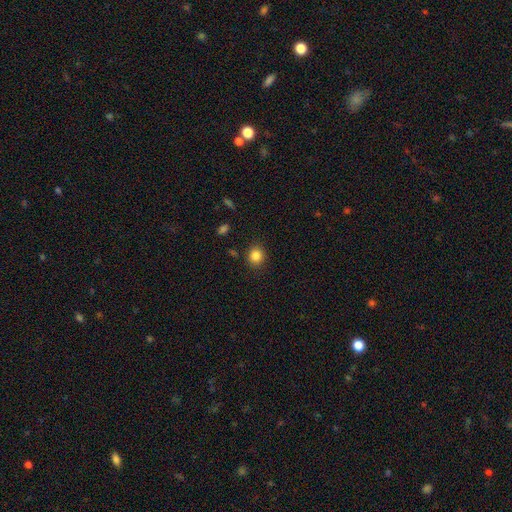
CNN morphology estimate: Smooth or featured?
  - smooth: 84% *
  - star or artifact: 11%
  - featured or disk: 5%
How rounded?
  - round: 80% *
  - in between: 19%
  - cigar-shaped: 1%
Merging?
  - none: 87% *
  - minor disturbance: 8%
  - major disturbance: 2%
  - merger: 2%